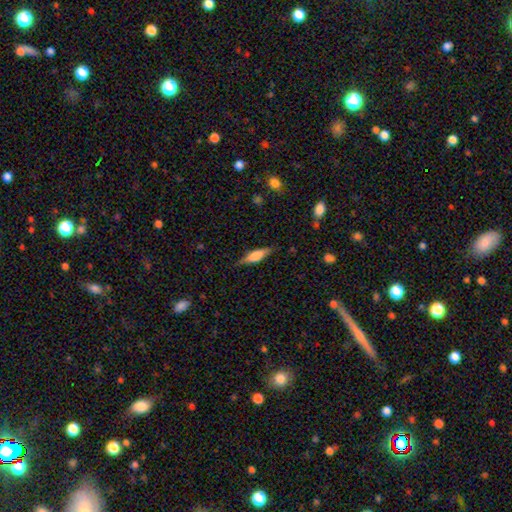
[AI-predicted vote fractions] Overall: smooth (50%; featured or disk 44%). Merging: none (83%).